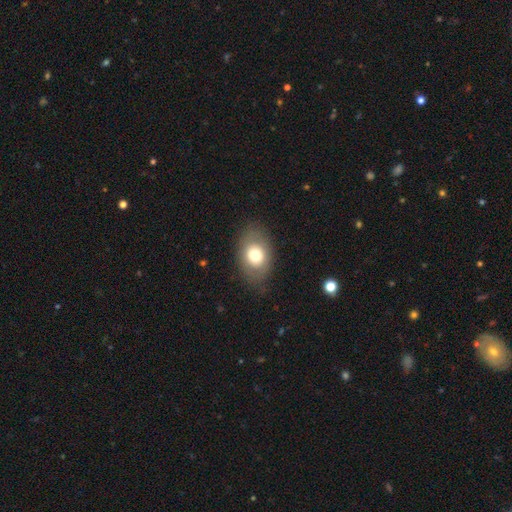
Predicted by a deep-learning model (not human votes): smooth_or_featured: smooth (p=0.68) [alt: featured or disk p=0.23]
how_rounded: in between (p=0.80) [alt: round p=0.18]
merging: none (p=0.82) [alt: minor disturbance p=0.13]